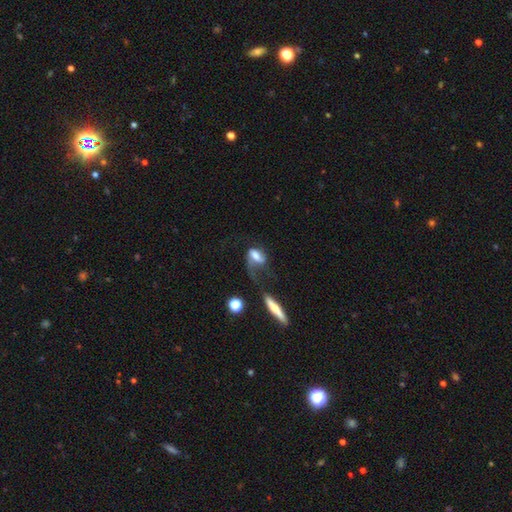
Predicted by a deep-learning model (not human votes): smooth_or_featured: featured or disk (p=0.55) [alt: smooth p=0.36]
disk_edge_on: no (p=0.90) [alt: yes p=0.10]
merging: major disturbance (p=0.45) [alt: none p=0.25]